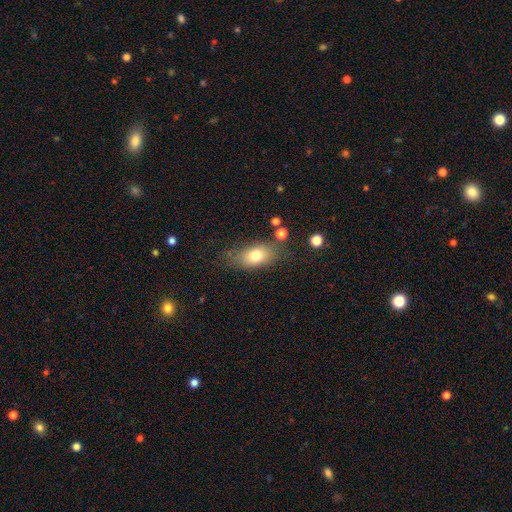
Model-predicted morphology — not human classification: Smooth or featured: smooth — 76% (featured or disk — 15%)
How rounded: in between — 82% (round — 13%)
Merging: none — 69% (minor disturbance — 19%)